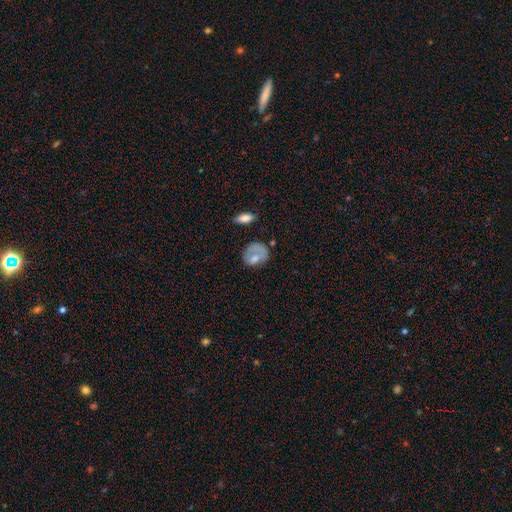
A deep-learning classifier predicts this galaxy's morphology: Q: Smooth or featured?
A: smooth (65%); runner-up: featured or disk (26%)
Q: How rounded?
A: round (61%); runner-up: in between (38%)
Q: Merging?
A: none (42%); runner-up: minor disturbance (27%)